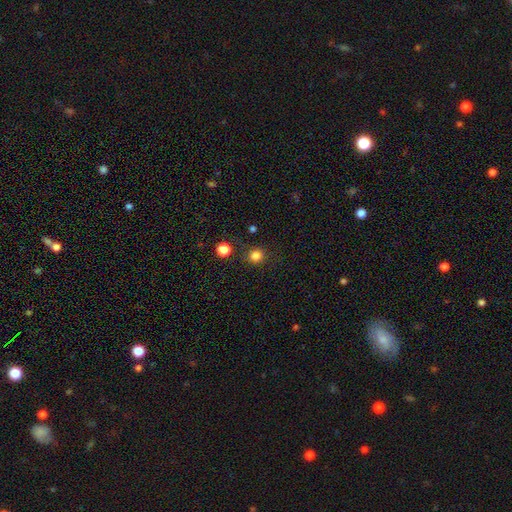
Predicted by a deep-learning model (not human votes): Q: Smooth or featured?
A: smooth (83%); runner-up: star or artifact (14%)
Q: How rounded?
A: round (91%); runner-up: in between (8%)
Q: Merging?
A: none (87%); runner-up: minor disturbance (7%)